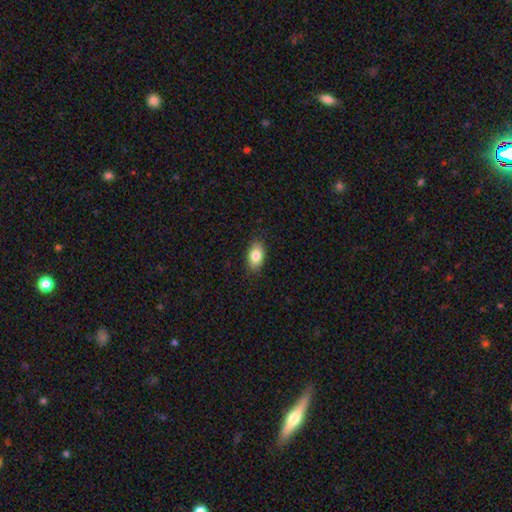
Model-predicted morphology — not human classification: Q: Smooth or featured?
A: smooth (83%); runner-up: featured or disk (9%)
Q: How rounded?
A: in between (91%); runner-up: round (7%)
Q: Merging?
A: none (86%); runner-up: minor disturbance (11%)